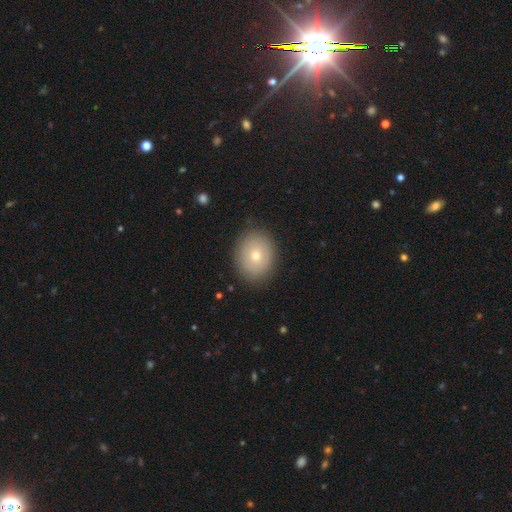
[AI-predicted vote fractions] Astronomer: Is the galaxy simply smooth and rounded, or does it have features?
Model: smooth — 70%.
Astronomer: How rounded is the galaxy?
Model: round — 59% (runner-up: in between, 40%).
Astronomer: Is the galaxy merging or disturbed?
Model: none — 88%.